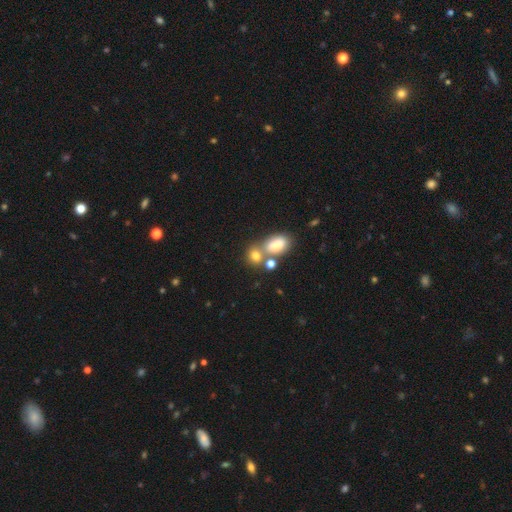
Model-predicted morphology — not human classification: This appears to be a smooth galaxy with no disk features (75%) that is in between round and cigar-shaped (51%). Merging: none (44%).